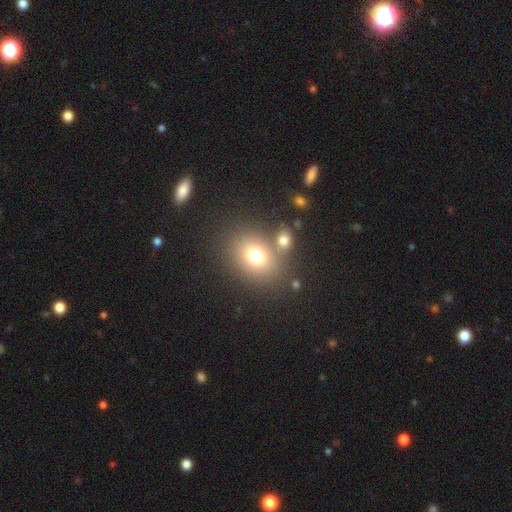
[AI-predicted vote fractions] A smooth galaxy with no disk features (73%) that is round (52%). Merging: none (63%).